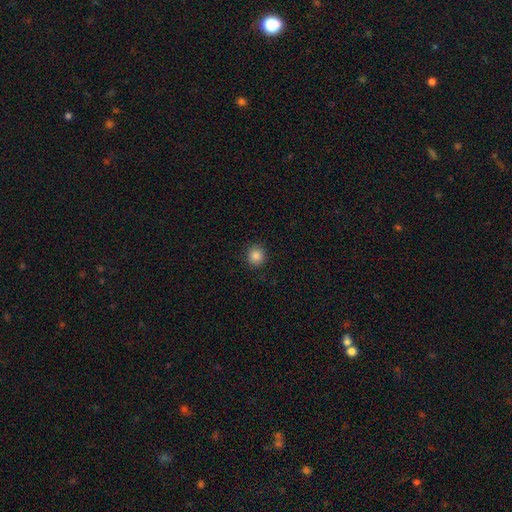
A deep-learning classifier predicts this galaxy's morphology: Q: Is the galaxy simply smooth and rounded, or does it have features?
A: smooth — 86%.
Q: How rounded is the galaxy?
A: round — 92%.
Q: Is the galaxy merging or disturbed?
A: none — 90%.